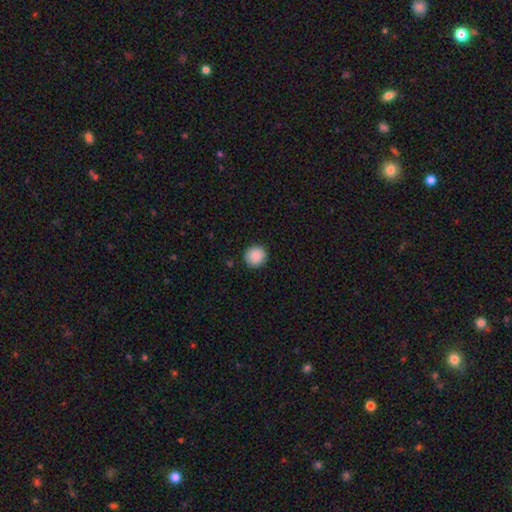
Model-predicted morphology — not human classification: This is clearly a smooth galaxy (88%). How rounded: clearly round (92%). Merging: clearly none (91%).